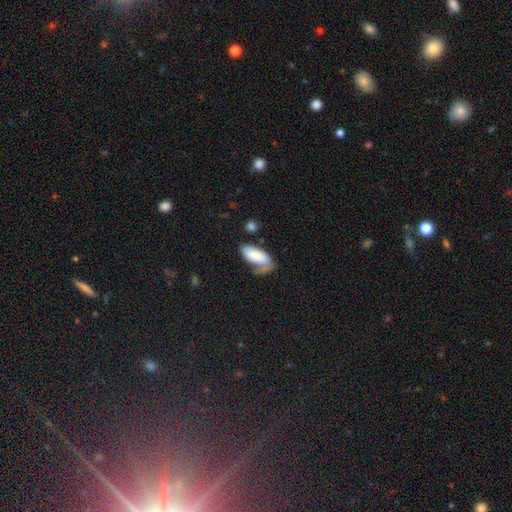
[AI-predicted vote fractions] Smooth or featured? smooth (75%)
How rounded? in between (85%)
Merging? none (39%)